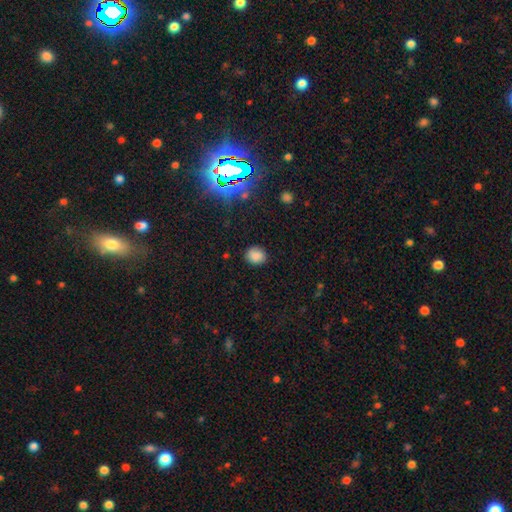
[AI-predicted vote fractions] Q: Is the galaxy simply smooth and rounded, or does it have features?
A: smooth — 84%.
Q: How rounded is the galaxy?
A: round — 70%.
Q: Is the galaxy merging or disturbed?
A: none — 86%.